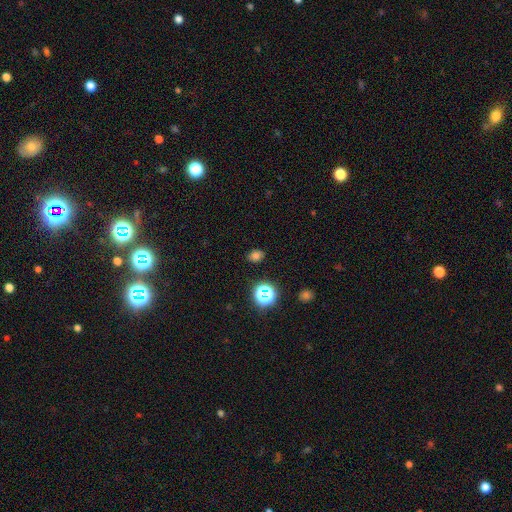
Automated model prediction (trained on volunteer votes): A smooth galaxy with no disk features (72%) that is in between round and cigar-shaped (59%). Merging: none (85%).